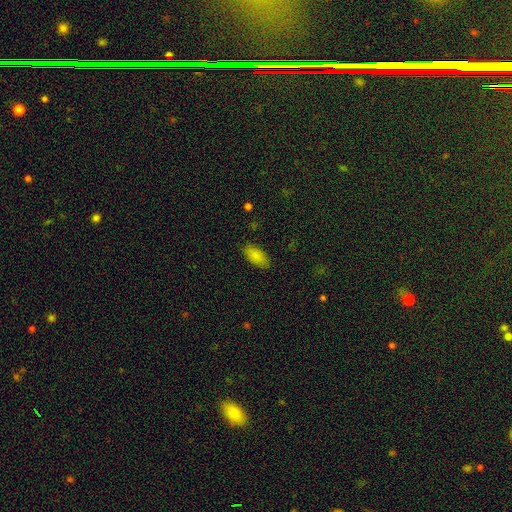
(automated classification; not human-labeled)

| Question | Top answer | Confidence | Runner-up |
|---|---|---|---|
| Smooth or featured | smooth | 85% | star or artifact (8%) |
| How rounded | in between | 92% | cigar-shaped (6%) |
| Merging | none | 86% | minor disturbance (10%) |